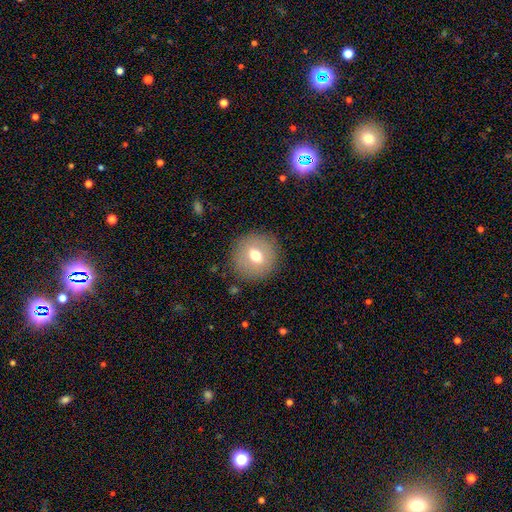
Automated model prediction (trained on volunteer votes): Morphology: type=smooth (62%); roundness=round (86%); merging=none (86%).